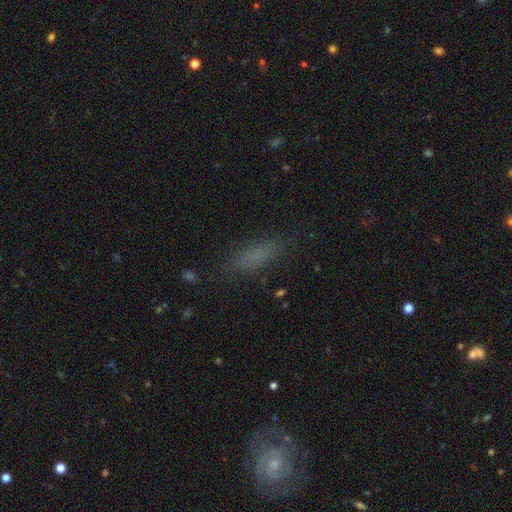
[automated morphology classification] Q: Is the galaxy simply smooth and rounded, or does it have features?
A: smooth — 74%.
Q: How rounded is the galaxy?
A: cigar-shaped — 50%.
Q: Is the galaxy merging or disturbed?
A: none — 80%.